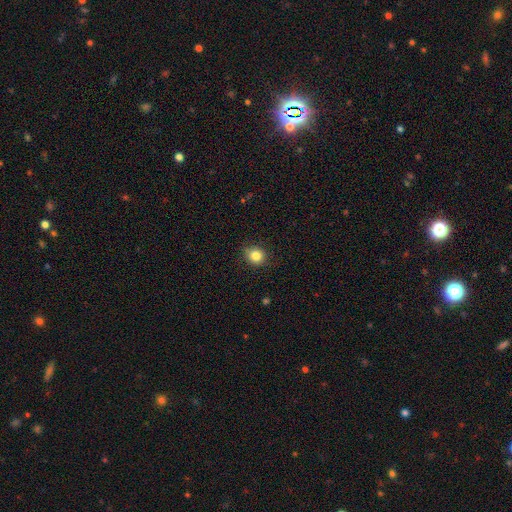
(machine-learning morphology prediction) Smooth or featured?
  - smooth: 84% *
  - star or artifact: 11%
  - featured or disk: 5%
How rounded?
  - round: 77% *
  - in between: 22%
  - cigar-shaped: 1%
Merging?
  - none: 84% *
  - minor disturbance: 12%
  - major disturbance: 3%
  - merger: 1%